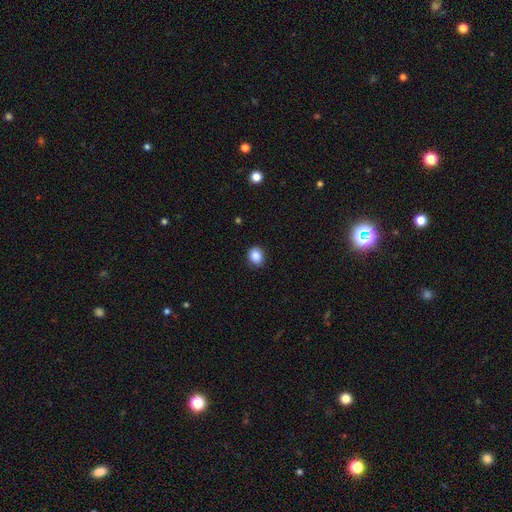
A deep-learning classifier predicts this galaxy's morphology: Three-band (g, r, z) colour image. It shows a smooth galaxy with no disk features (87%) that is round (65%). Merging: none (85%).